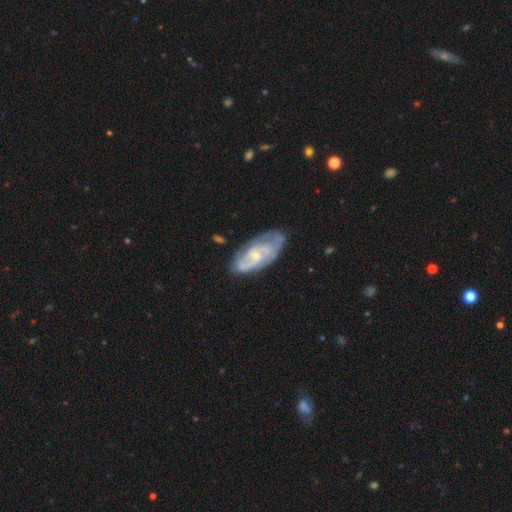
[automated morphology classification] Smooth or featured?
  - featured or disk: 75% *
  - smooth: 19%
  - star or artifact: 6%
Edge-on disk?
  - no: 93% *
  - yes: 7%
Bar?
  - no: 65% *
  - weak: 30%
  - strong: 5%
Spiral arms?
  - yes: 86% *
  - no: 14%
Spiral winding?
  - tight: 48% *
  - medium: 38%
  - loose: 13%
Spiral arm count?
  - can't tell: 39% *
  - 2: 36%
  - 3: 13%
  - 4: 4%
  - 1: 4%
  - more than 4: 3%
Bulge size?
  - small: 63% *
  - moderate: 32%
  - none: 3%
  - large: 1%
  - dominant: 1%
Merging?
  - none: 63% *
  - minor disturbance: 25%
  - major disturbance: 9%
  - merger: 2%